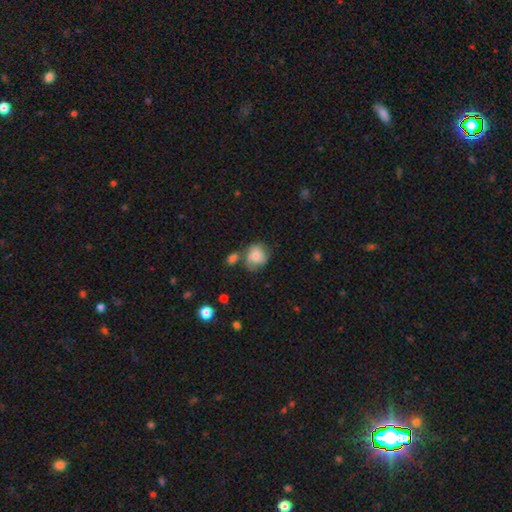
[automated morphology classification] smooth_or_featured: smooth (p=0.64) [alt: featured or disk p=0.28]
how_rounded: round (p=0.72) [alt: in between p=0.27]
merging: none (p=0.47) [alt: minor disturbance p=0.23]